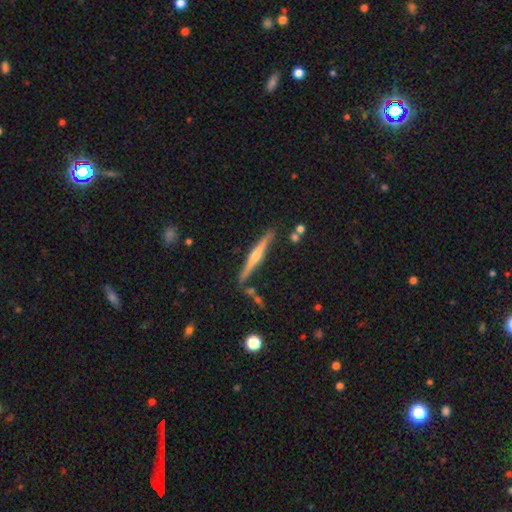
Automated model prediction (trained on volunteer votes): This is likely a featured or disk galaxy (72%). It is clearly viewed edge-on (98%). Edge-on bulge: clearly rounded (84%). Merging: clearly none (86%).